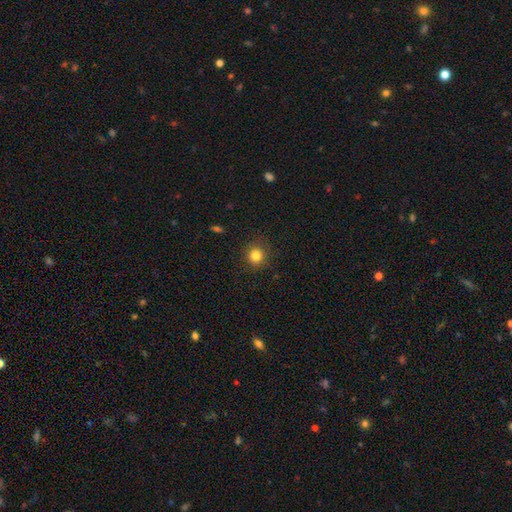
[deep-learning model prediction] A smooth galaxy with no disk features (83%) that is round (93%). Merging: none (90%).